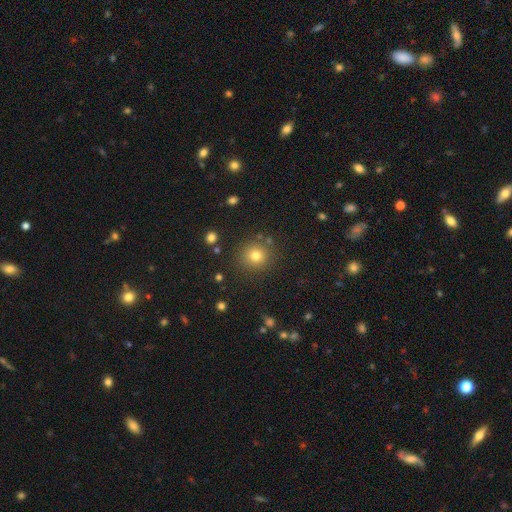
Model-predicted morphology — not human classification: This appears to be a smooth galaxy with no disk features (78%) that is round (92%). Merging: none (86%).